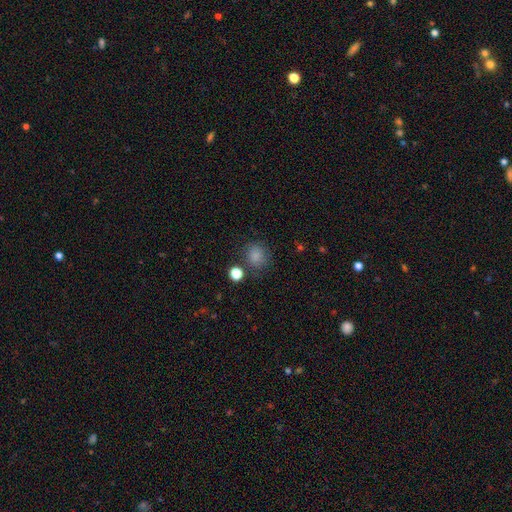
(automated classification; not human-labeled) A smooth galaxy with no disk features (82%) that is round (79%). Merging: none (75%).